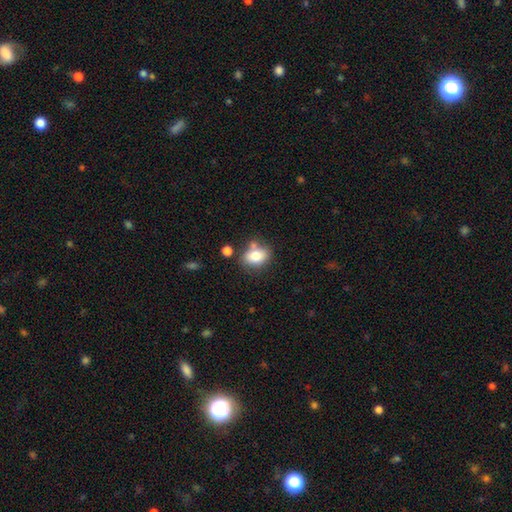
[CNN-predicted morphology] type=smooth (78%); roundness=in between (68%); merging=none (62%).